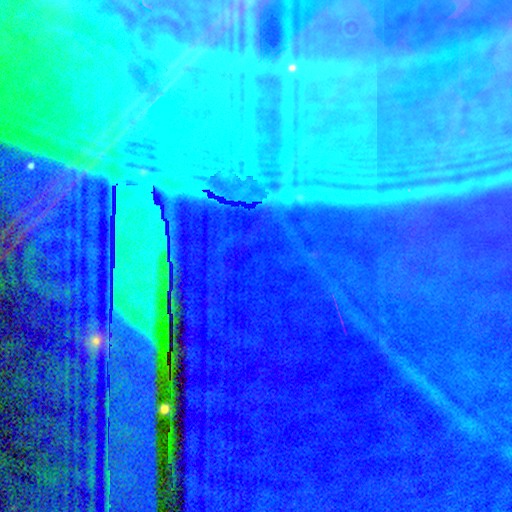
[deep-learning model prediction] This is clearly a star or artifact rather than a galaxy (86%).